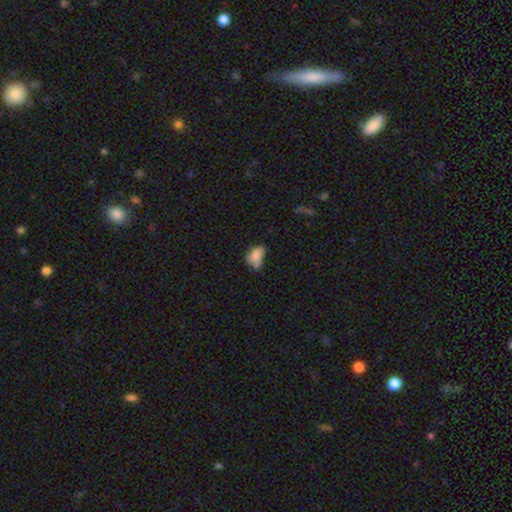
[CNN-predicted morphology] smooth_or_featured: smooth (p=0.69) [alt: featured or disk p=0.22]
how_rounded: in between (p=0.81) [alt: round p=0.17]
merging: none (p=0.35) [alt: minor disturbance p=0.34]